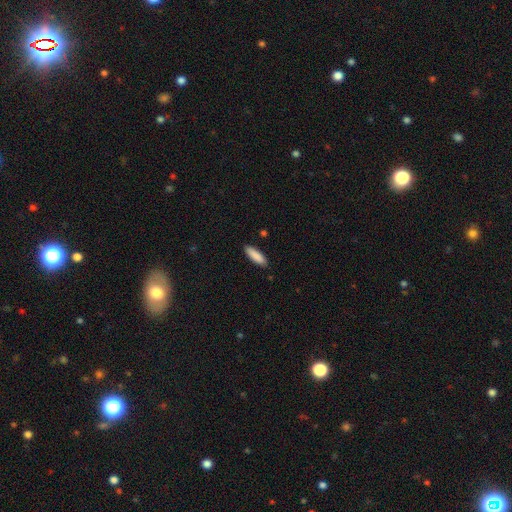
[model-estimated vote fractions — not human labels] smooth 88%, star or artifact 6%, featured or disk 6%. Down the decision tree: how rounded — cigar-shaped (59%); merging — none (87%).